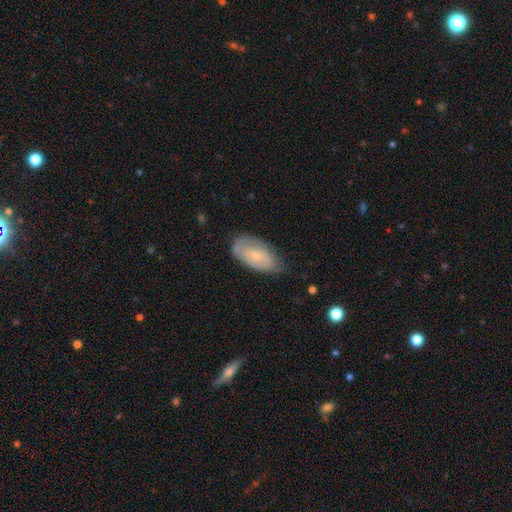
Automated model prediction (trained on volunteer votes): Overall: smooth (47%; featured or disk 46%). Merging: none (57%; minor disturbance 33%).